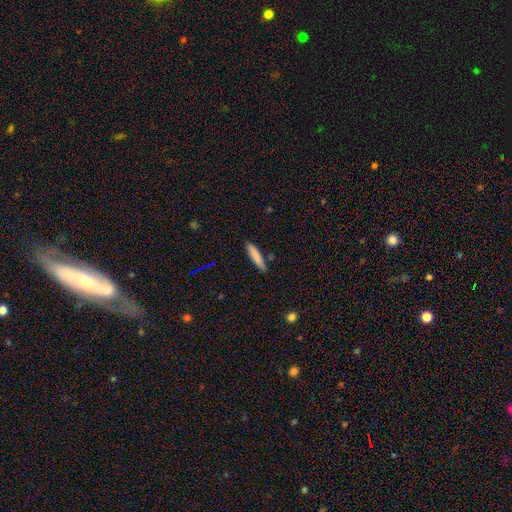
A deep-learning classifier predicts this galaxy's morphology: Smooth or featured?
  - smooth: 82% *
  - featured or disk: 12%
  - star or artifact: 7%
How rounded?
  - cigar-shaped: 86% *
  - in between: 13%
  - round: 1%
Merging?
  - none: 84% *
  - minor disturbance: 12%
  - merger: 3%
  - major disturbance: 2%